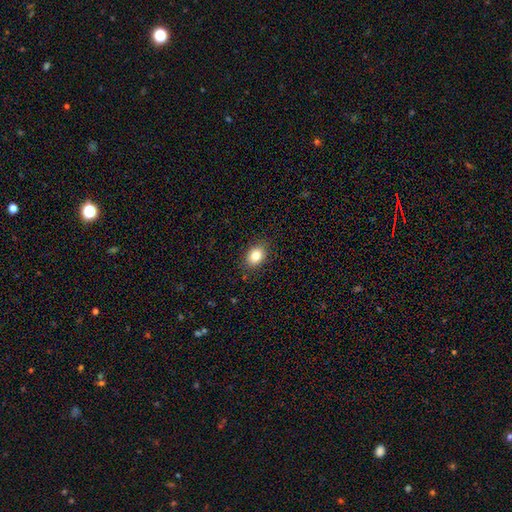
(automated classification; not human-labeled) This is clearly a smooth galaxy (83%). How rounded: likely in between (71%). Merging: clearly none (86%).